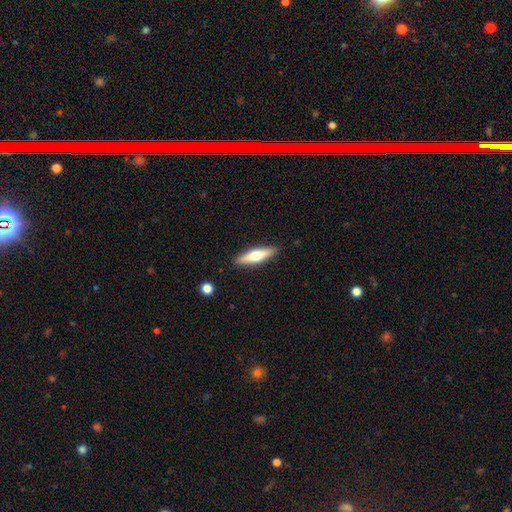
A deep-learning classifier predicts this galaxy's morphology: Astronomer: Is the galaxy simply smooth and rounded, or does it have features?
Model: smooth — 48% (runner-up: featured or disk, 46%).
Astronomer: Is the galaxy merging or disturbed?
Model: none — 90%.